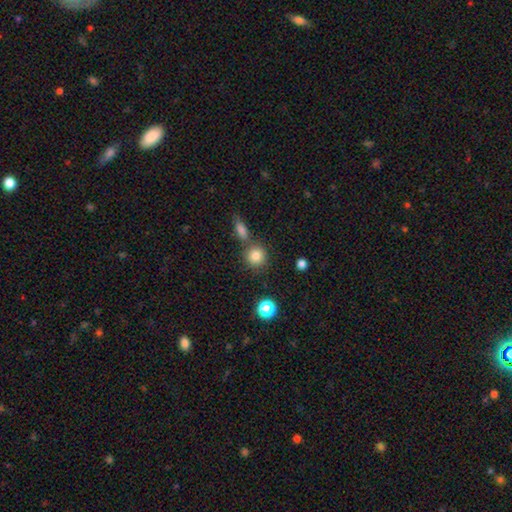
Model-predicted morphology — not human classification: smooth_or_featured: smooth (p=0.82) [alt: star or artifact p=0.11]
how_rounded: round (p=0.89) [alt: in between p=0.10]
merging: none (p=0.69) [alt: merger p=0.18]